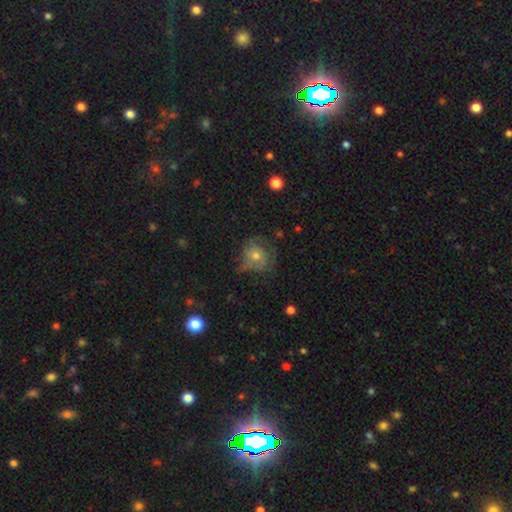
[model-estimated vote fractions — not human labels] smooth-or-featured: featured or disk: 50% | smooth: 37% | star or artifact: 13%
  disk-edge-on: no: 96% | yes: 4%
  merging: none: 54% | minor disturbance: 26% | major disturbance: 18% | merger: 2%